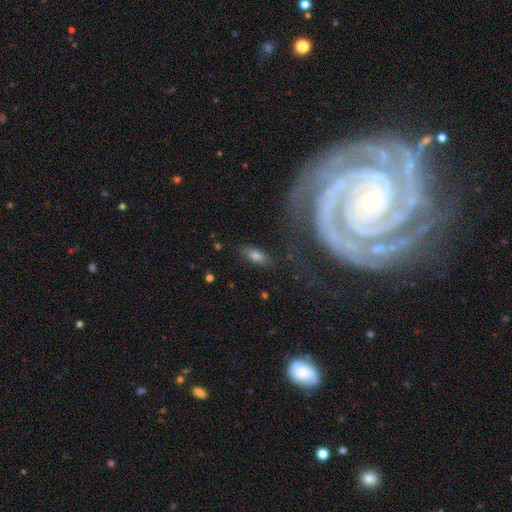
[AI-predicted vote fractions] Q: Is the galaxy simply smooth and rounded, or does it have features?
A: smooth — 76%.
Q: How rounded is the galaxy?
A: in between — 81%.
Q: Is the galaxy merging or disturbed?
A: none — 81%.